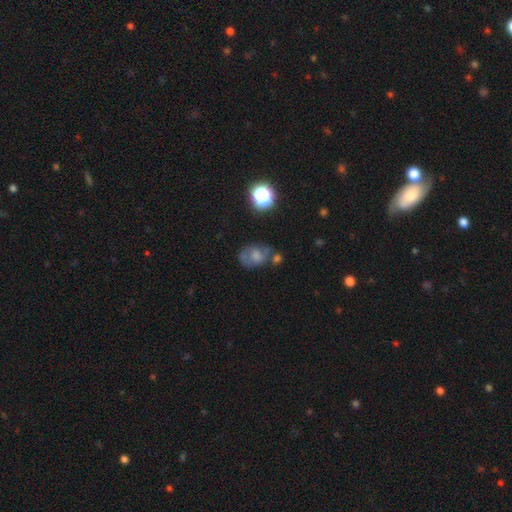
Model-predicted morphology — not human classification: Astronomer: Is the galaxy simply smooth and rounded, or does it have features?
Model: smooth — 45% (runner-up: featured or disk, 40%).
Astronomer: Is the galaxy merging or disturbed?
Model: none — 47% (runner-up: minor disturbance, 24%).